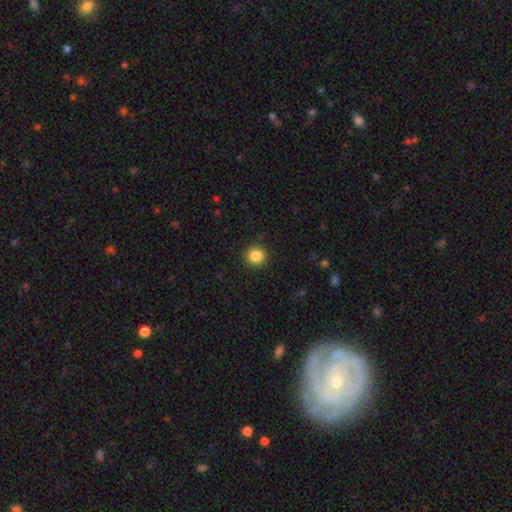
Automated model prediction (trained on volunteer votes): Smooth or featured? smooth (85%)
How rounded? round (94%)
Merging? none (92%)